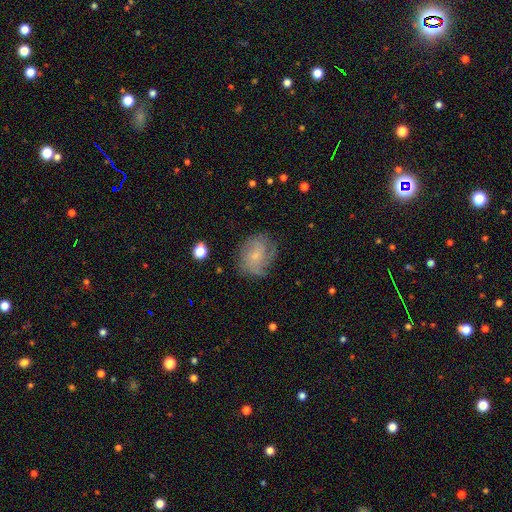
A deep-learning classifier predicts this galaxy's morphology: This is possibly a featured or disk galaxy (59%). It is clearly not viewed edge-on (97%). Bar: likely no (74%). Spiral arm pattern: clearly yes (87%). Spiral arm count: marginally can't tell (41%). Spiral winding: marginally tight (44%). Central bulge: likely small (75%). Merging: likely none (69%).